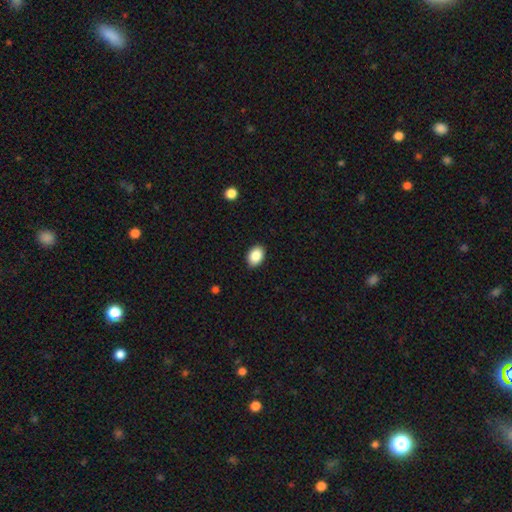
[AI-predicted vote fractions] The model was most divided on "how rounded": in between: 81%, round: 18%, cigar-shaped: 1%. More confident: merging — none (89%); smooth or featured — smooth (88%).